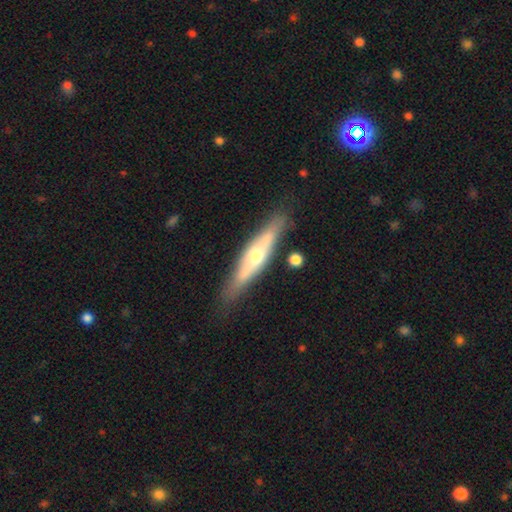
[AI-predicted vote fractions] smooth-or-featured: featured or disk: 59% | smooth: 35% | star or artifact: 6%
  disk-edge-on: yes: 80% | no: 20%
  merging: none: 79% | minor disturbance: 14% | major disturbance: 4% | merger: 3%